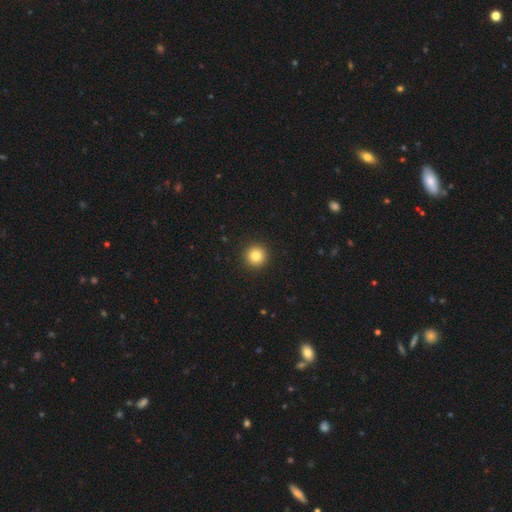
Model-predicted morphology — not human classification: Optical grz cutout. It shows a smooth galaxy with no disk features (83%) that is round (96%). Merging: none (93%).